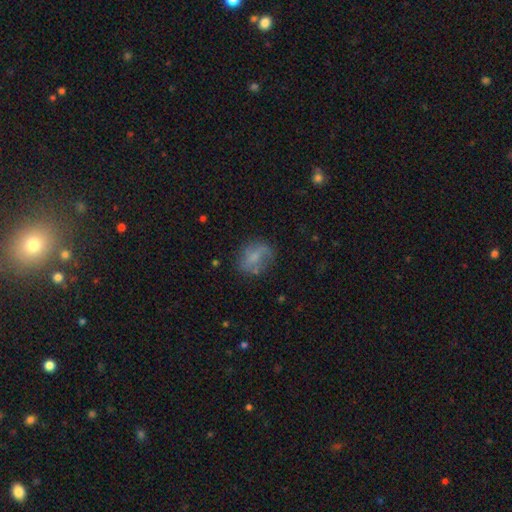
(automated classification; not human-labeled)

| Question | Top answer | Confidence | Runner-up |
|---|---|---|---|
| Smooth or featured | smooth | 50% | featured or disk (40%) |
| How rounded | in between | 51% | round (47%) |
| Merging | none | 61% | minor disturbance (23%) |